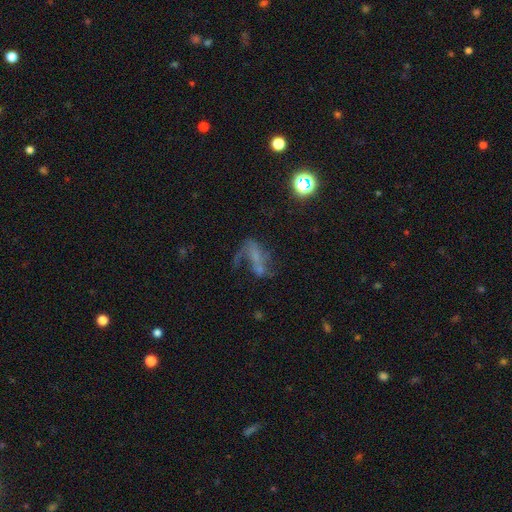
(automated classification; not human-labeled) A featured or disk galaxy (51%). Merging: major disturbance (38%).